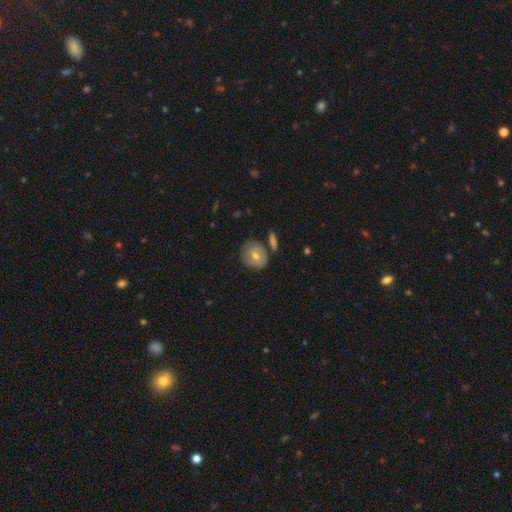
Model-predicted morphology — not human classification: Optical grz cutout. It shows a smooth galaxy with no disk features (53%) that is round (75%). Merging: none (74%).